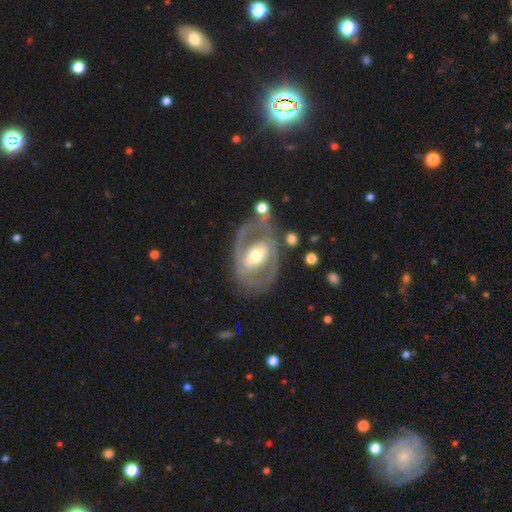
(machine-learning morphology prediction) smooth_or_featured: featured or disk (p=0.79) [alt: smooth p=0.16]
disk_edge_on: no (p=0.95) [alt: yes p=0.05]
bar: strong (p=0.37) [alt: weak p=0.36]
has_spiral_arms: yes (p=0.66) [alt: no p=0.34]
bulge_size: moderate (p=0.70) [alt: large p=0.15]
merging: none (p=0.61) [alt: minor disturbance p=0.19]